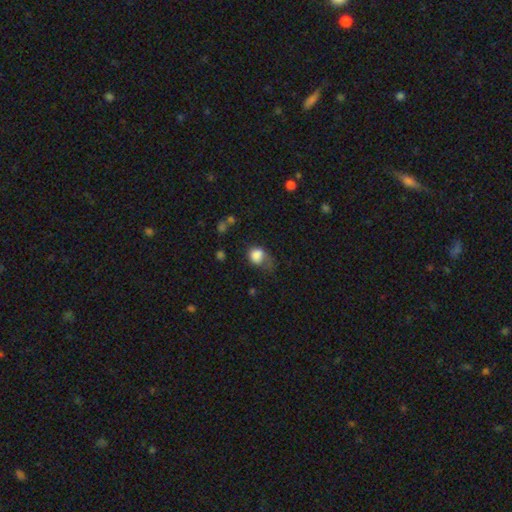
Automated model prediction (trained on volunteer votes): Smooth or featured: smooth — 82% (star or artifact — 9%)
How rounded: round — 59% (in between — 40%)
Merging: major disturbance — 33% (minor disturbance — 32%)